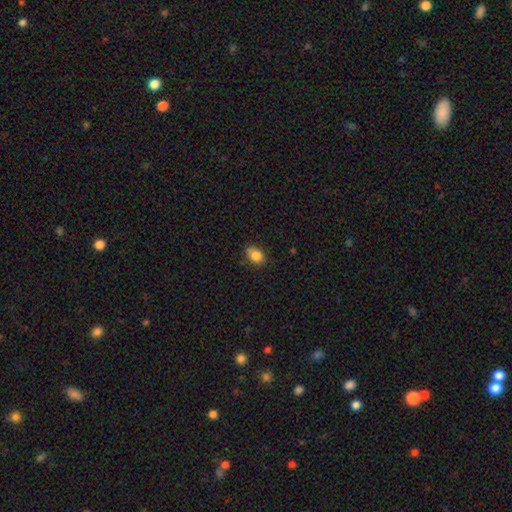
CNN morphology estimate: A smooth galaxy with no disk features (85%) that is in between round and cigar-shaped (80%).

Vote fractions:
- Smooth or featured? smooth: 85% / star or artifact: 9% / featured or disk: 6%
- How rounded? in between: 80% / round: 18% / cigar-shaped: 2%
- Merging? none: 74% / minor disturbance: 21% / major disturbance: 4% / merger: 1%